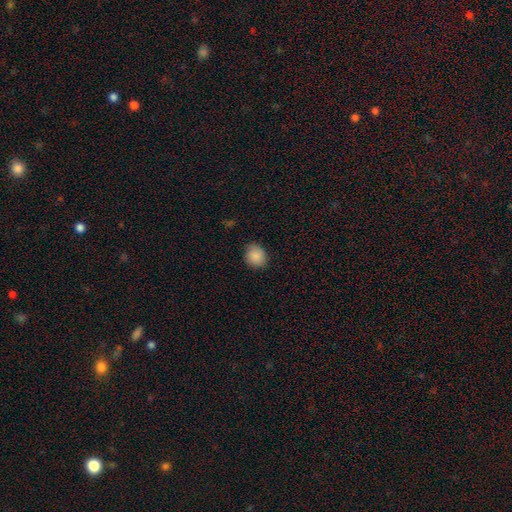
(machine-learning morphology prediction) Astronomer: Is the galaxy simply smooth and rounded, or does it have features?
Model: smooth — 88%.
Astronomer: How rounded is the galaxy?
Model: round — 74%.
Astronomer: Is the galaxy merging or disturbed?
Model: none — 83%.